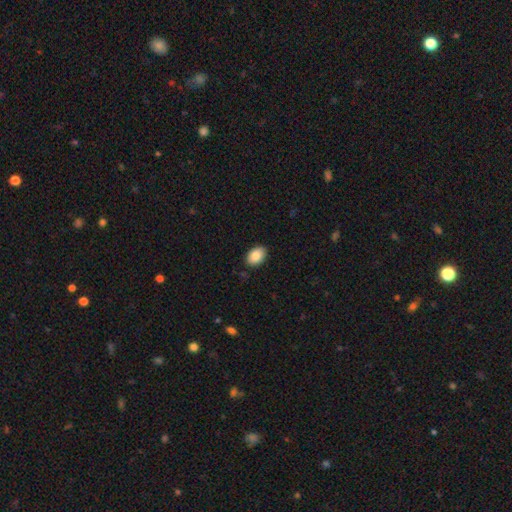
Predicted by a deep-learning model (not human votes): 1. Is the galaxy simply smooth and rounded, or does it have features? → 88% smooth, 7% star or artifact, 5% featured or disk.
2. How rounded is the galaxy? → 85% in between, 14% round, 1% cigar-shaped.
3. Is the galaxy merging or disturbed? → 88% none, 9% minor disturbance, 2% major disturbance, 1% merger.